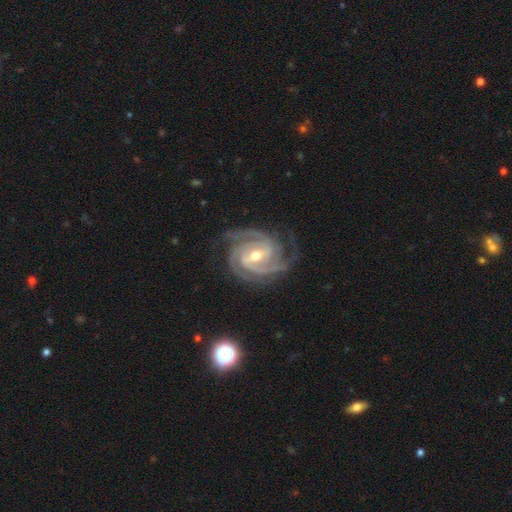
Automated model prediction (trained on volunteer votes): Morphology: type=featured or disk (94%); edge-on=no (98%); bar=weak (43%); spiral arms=yes (99%); winding=tight (67%); arm count=3 (47%); bulge=moderate (57%); merging=none (78%).